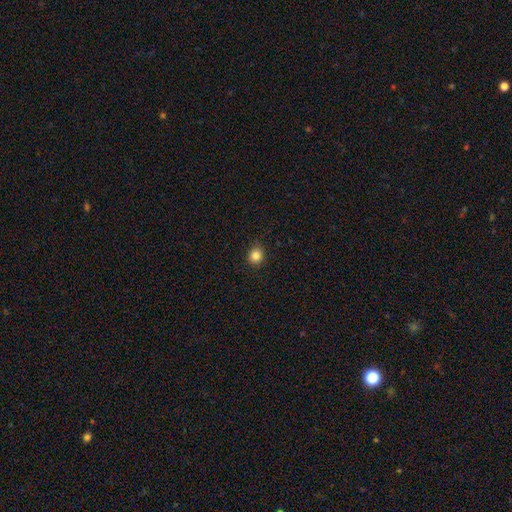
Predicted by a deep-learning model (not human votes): Overall: smooth (84%). How rounded: round (85%). Merging: none (90%).